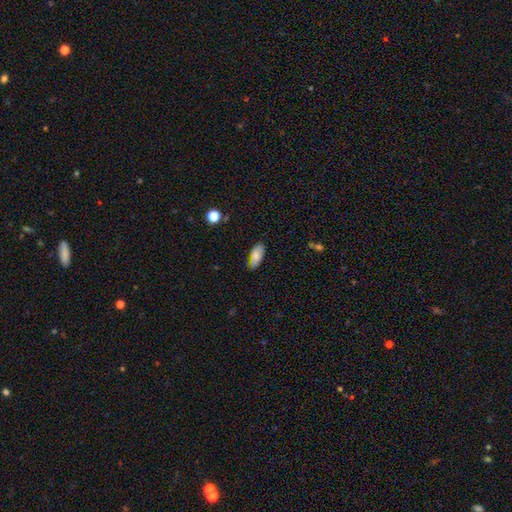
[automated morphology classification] This is likely a smooth galaxy (80%). How rounded: clearly in between (85%). Merging: likely none (72%).